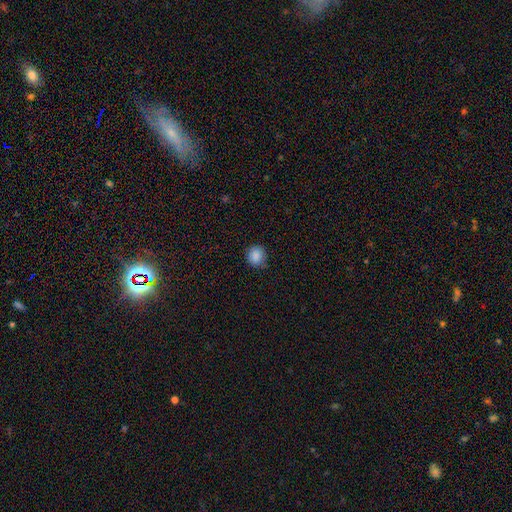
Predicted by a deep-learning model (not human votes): This is clearly a smooth galaxy (88%). How rounded: clearly round (88%). Merging: clearly none (85%).